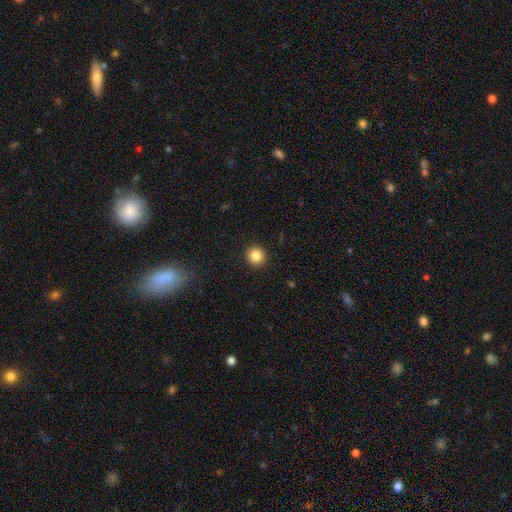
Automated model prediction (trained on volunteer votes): Smooth or featured? smooth (85%)
How rounded? round (94%)
Merging? none (93%)